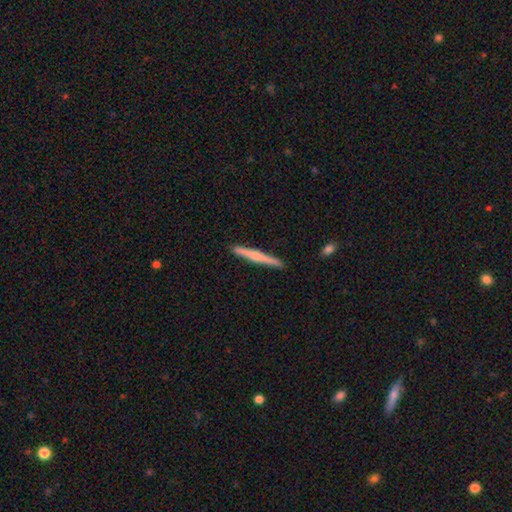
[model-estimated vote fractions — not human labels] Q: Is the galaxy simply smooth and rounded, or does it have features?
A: featured or disk — 48%.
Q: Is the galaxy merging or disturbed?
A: none — 92%.